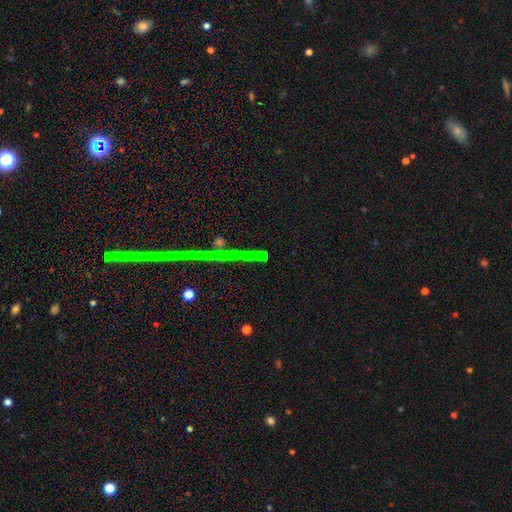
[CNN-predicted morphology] A star or artifact, not a galaxy (69%).